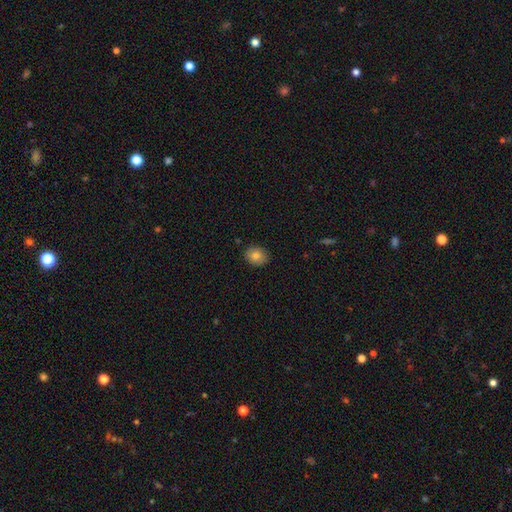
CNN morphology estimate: A smooth galaxy with no disk features (80%) that is round (57%).

Vote fractions:
- Smooth or featured? smooth: 80% / featured or disk: 11% / star or artifact: 9%
- How rounded? round: 57% / in between: 42% / cigar-shaped: 1%
- Merging? none: 87% / minor disturbance: 10% / major disturbance: 2% / merger: 1%